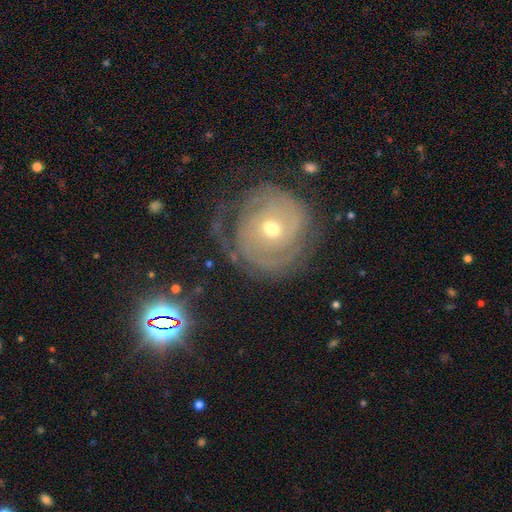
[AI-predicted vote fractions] Morphology: type=featured or disk (80%); edge-on=no (97%); bar=no (69%); spiral arms=yes (92%); winding=tight (72%); arm count=2 (38%); bulge=moderate (49%); merging=none (70%).